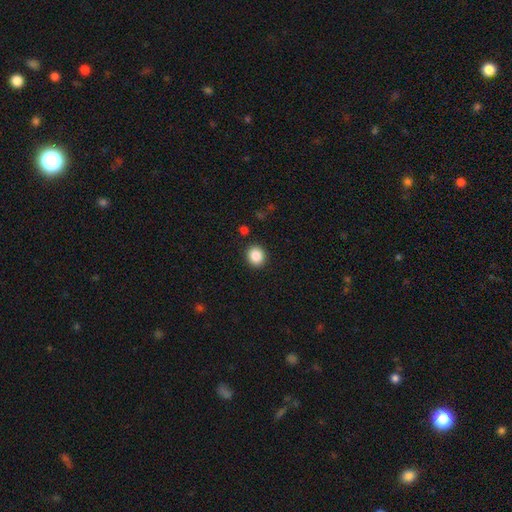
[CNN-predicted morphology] This appears to be a smooth galaxy with no disk features (88%) that is round (76%). Merging: none (90%).